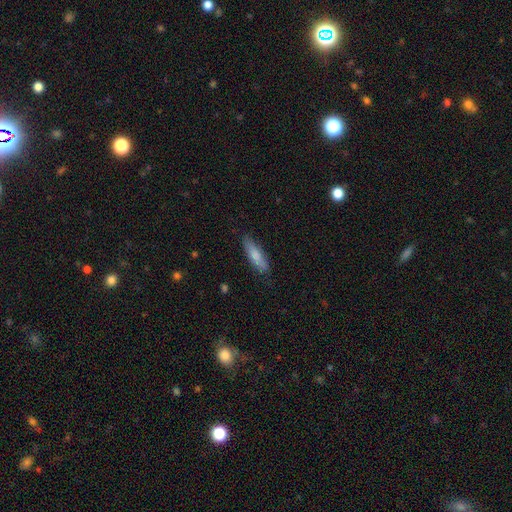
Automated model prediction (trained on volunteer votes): Morphology: type=smooth (77%); roundness=cigar-shaped (60%); merging=none (78%).